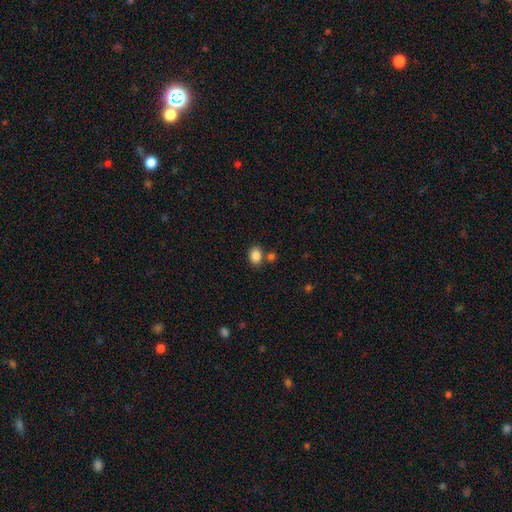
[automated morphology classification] Q: Smooth or featured?
A: smooth (86%); runner-up: star or artifact (9%)
Q: How rounded?
A: in between (65%); runner-up: round (34%)
Q: Merging?
A: none (68%); runner-up: merger (17%)